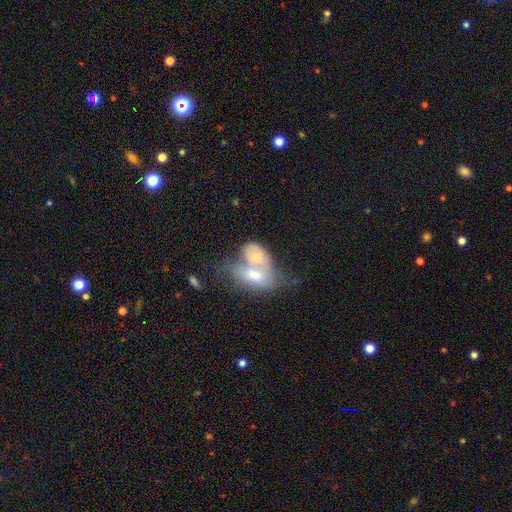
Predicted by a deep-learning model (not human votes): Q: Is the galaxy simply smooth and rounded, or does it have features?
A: smooth — 56%.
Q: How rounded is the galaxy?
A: in between — 83%.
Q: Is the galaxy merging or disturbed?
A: merger — 78%.